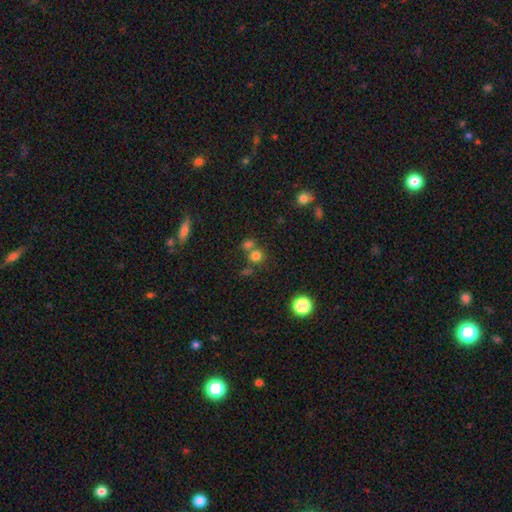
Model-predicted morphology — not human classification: smooth-or-featured: smooth: 74% | star or artifact: 17% | featured or disk: 9%
  how-rounded: round: 87% | in between: 11% | cigar-shaped: 1%
  merging: none: 55% | merger: 34% | minor disturbance: 8% | major disturbance: 4%